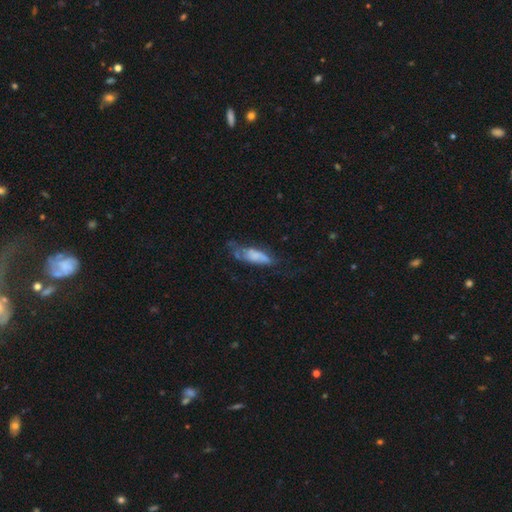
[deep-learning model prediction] smooth-or-featured: smooth: 58% | featured or disk: 34% | star or artifact: 9%
  how-rounded: in between: 58% | cigar-shaped: 40% | round: 2%
  merging: none: 36% | minor disturbance: 32% | major disturbance: 27% | merger: 5%